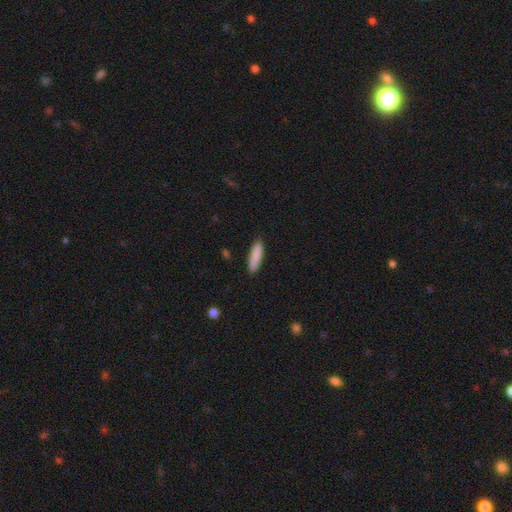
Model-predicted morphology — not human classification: The model was most divided on "how rounded": cigar-shaped: 64%, in between: 34%, round: 1%. More confident: merging — none (89%); smooth or featured — smooth (88%).